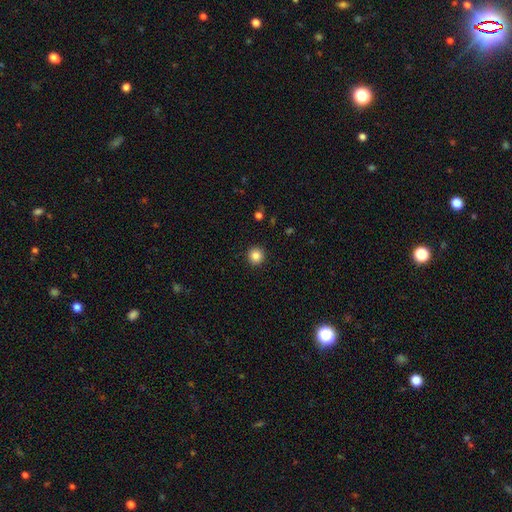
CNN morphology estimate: Smooth or featured?
  - smooth: 85% *
  - star or artifact: 10%
  - featured or disk: 4%
How rounded?
  - round: 95% *
  - in between: 5%
  - cigar-shaped: 1%
Merging?
  - none: 93% *
  - minor disturbance: 4%
  - major disturbance: 2%
  - merger: 1%